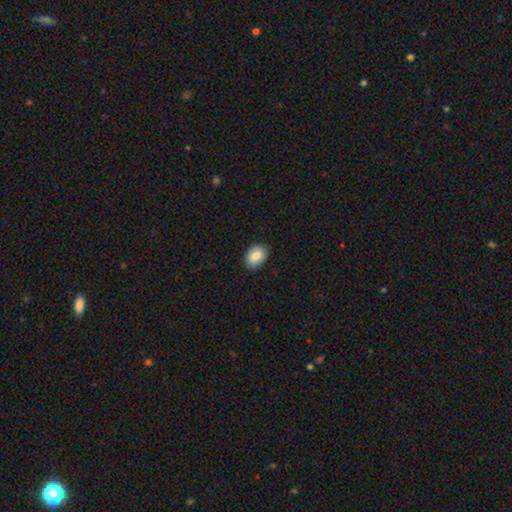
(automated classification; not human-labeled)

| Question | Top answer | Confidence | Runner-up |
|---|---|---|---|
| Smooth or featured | smooth | 84% | featured or disk (8%) |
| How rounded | in between | 76% | round (23%) |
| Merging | none | 88% | minor disturbance (9%) |